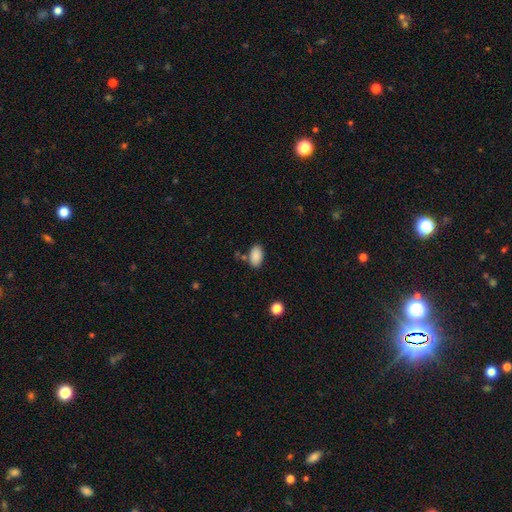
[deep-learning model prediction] smooth_or_featured: smooth (p=0.88) [alt: star or artifact p=0.08]
how_rounded: in between (p=0.94) [alt: round p=0.05]
merging: none (p=0.77) [alt: minor disturbance p=0.12]